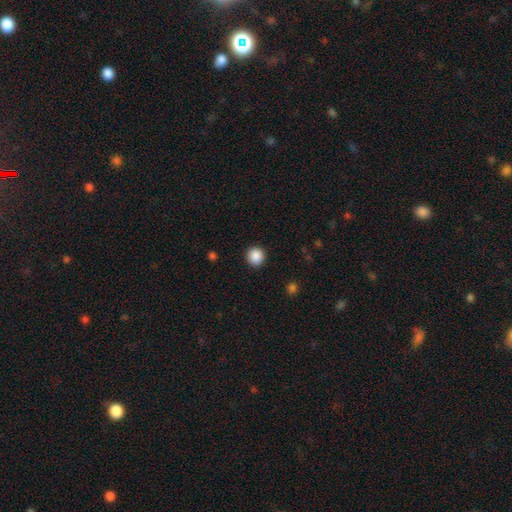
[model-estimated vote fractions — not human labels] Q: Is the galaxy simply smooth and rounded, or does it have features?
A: smooth — 88%.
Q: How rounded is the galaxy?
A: round — 92%.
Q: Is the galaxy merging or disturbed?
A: none — 92%.